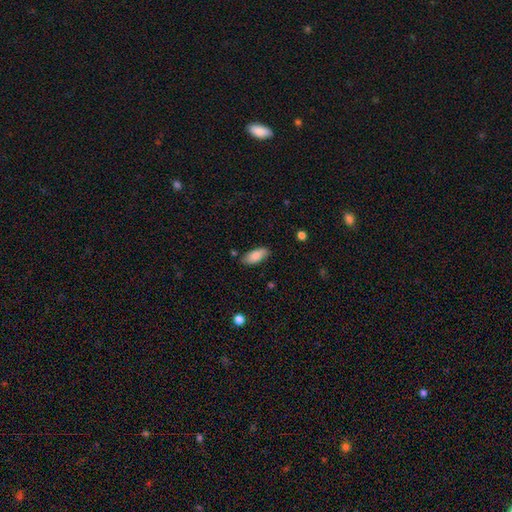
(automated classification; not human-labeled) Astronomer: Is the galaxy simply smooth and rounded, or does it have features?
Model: smooth — 84%.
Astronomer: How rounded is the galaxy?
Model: in between — 84%.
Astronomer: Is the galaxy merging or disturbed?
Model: none — 82%.